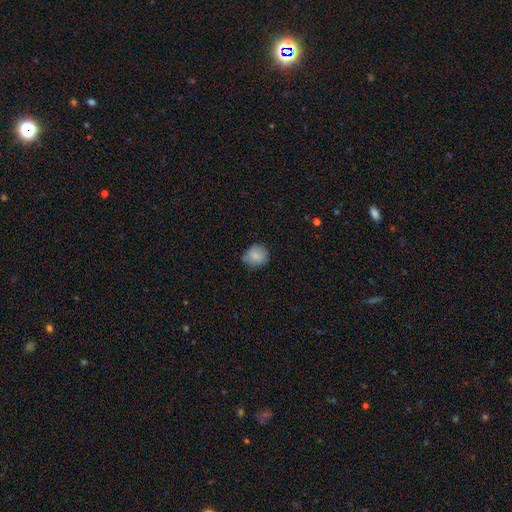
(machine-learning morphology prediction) A smooth galaxy with no disk features (84%) that is round (81%).

Vote fractions:
- Smooth or featured? smooth: 84% / star or artifact: 9% / featured or disk: 8%
- How rounded? round: 81% / in between: 18% / cigar-shaped: 1%
- Merging? none: 71% / minor disturbance: 23% / major disturbance: 4% / merger: 2%